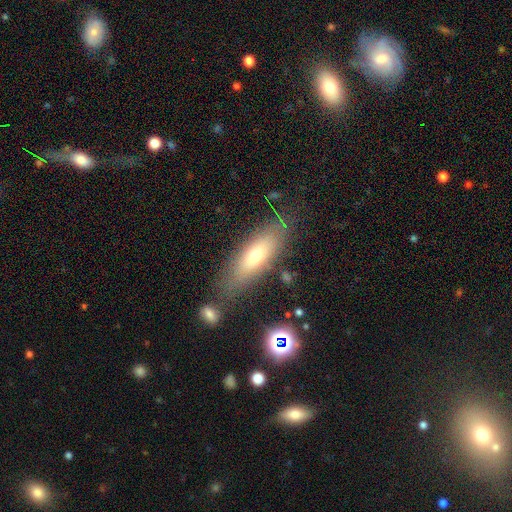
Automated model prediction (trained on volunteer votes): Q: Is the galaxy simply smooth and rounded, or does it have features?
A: smooth — 64%.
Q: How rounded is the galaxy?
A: in between — 56%.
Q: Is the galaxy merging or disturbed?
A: none — 75%.